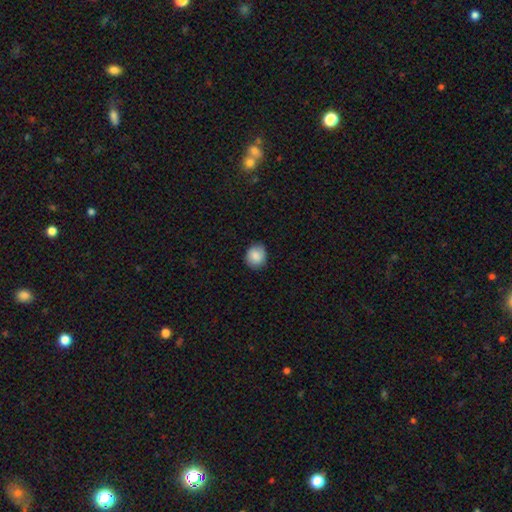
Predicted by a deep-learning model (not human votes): smooth-or-featured: smooth: 86% | star or artifact: 8% | featured or disk: 6%
  how-rounded: round: 76% | in between: 23% | cigar-shaped: 1%
  merging: none: 84% | minor disturbance: 13% | major disturbance: 3% | merger: 1%